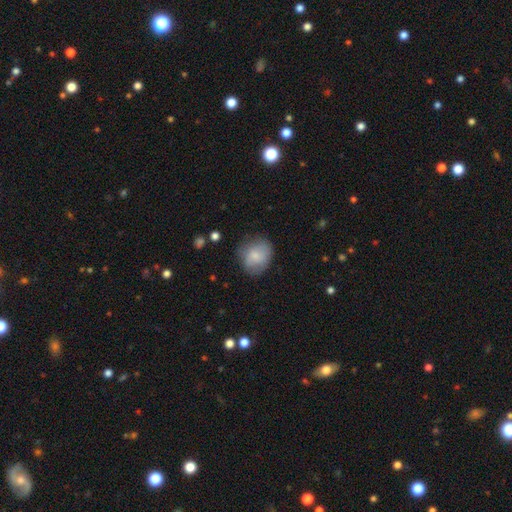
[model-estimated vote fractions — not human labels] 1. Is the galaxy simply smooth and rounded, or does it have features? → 75% smooth, 18% featured or disk, 7% star or artifact.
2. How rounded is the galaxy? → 65% round, 34% in between, 1% cigar-shaped.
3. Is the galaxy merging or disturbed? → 67% none, 23% minor disturbance, 8% major disturbance, 2% merger.